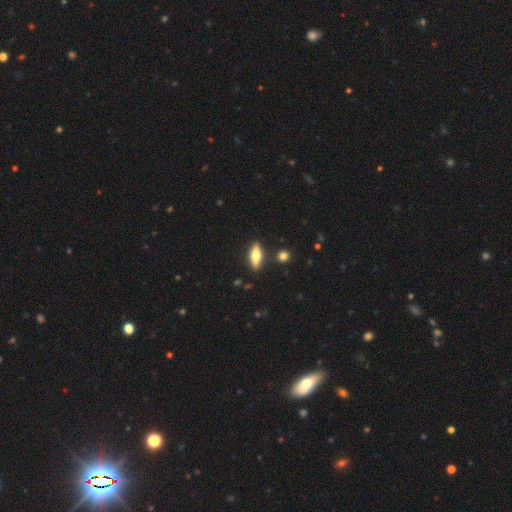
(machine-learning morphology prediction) A smooth galaxy with no disk features (53%) that is in between round and cigar-shaped (56%).

Vote fractions:
- Smooth or featured? smooth: 53% / featured or disk: 41% / star or artifact: 7%
- How rounded? in between: 56% / cigar-shaped: 41% / round: 4%
- Merging? none: 87% / minor disturbance: 8% / merger: 3% / major disturbance: 2%